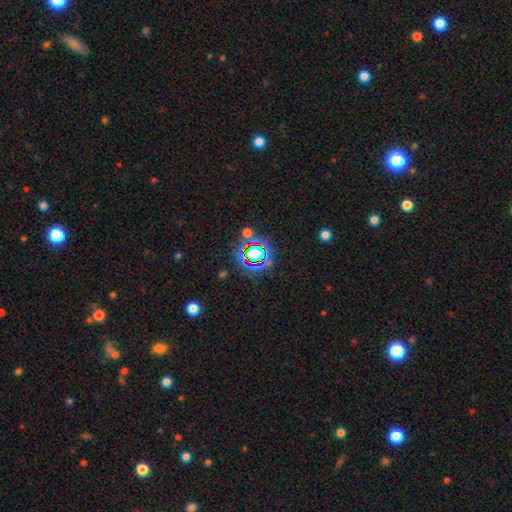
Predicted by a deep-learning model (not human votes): A star or artifact, not a galaxy (67%).

Vote fractions:
- Smooth or featured? star or artifact: 67% / smooth: 22% / featured or disk: 11%